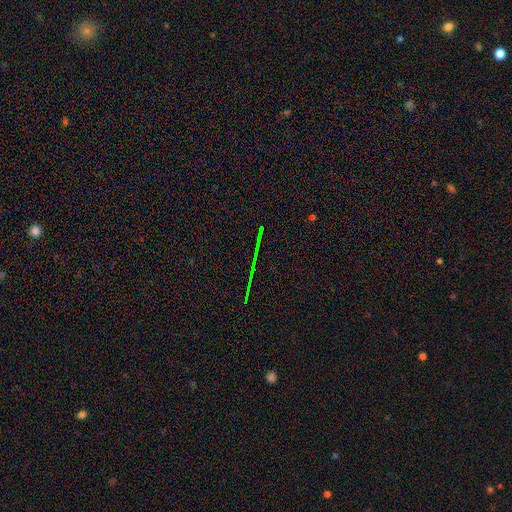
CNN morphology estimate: A star or artifact, not a galaxy (76%).